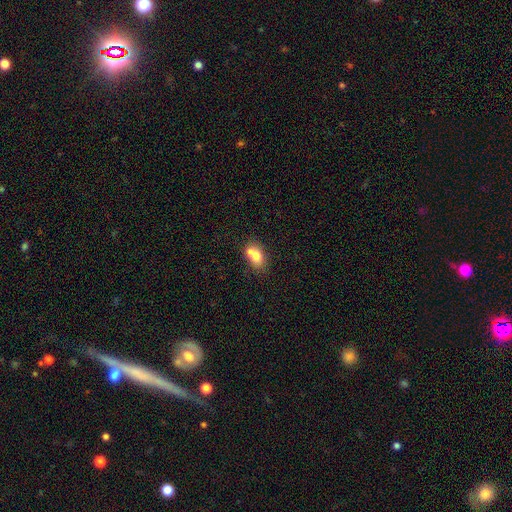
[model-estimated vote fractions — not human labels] Morphology: type=smooth (71%); roundness=in between (72%); merging=merger (47%).